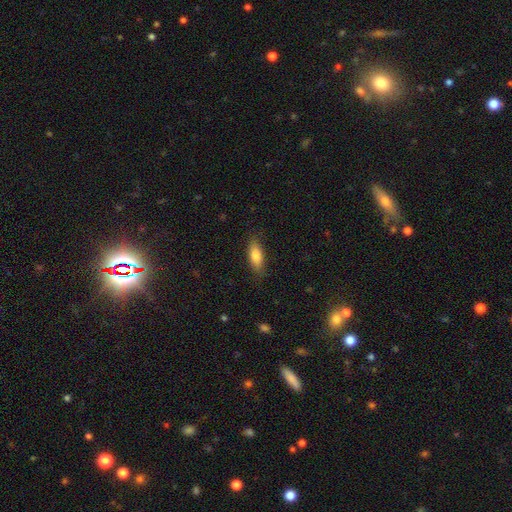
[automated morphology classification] This appears to be a smooth galaxy with no disk features (80%) that is in between round and cigar-shaped (72%). Merging: none (83%).